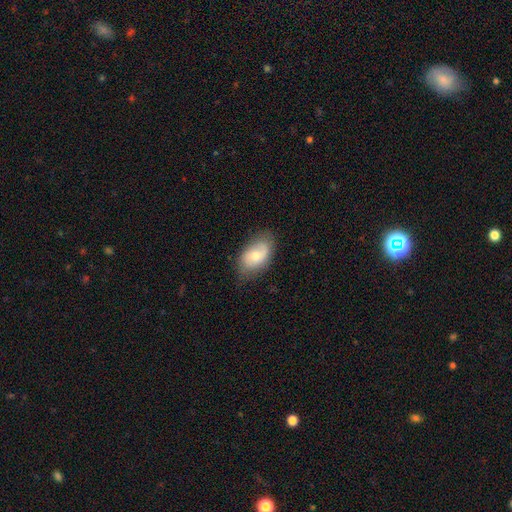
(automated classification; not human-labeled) Smooth or featured? smooth (56%)
How rounded? in between (90%)
Merging? none (73%)